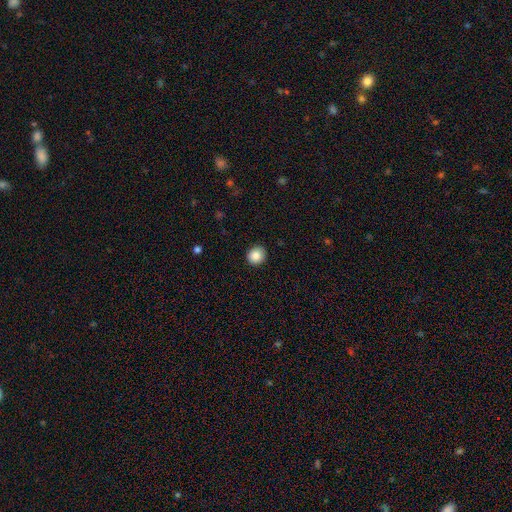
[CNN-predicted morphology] This is clearly a smooth galaxy (87%). How rounded: clearly round (86%). Merging: clearly none (91%).